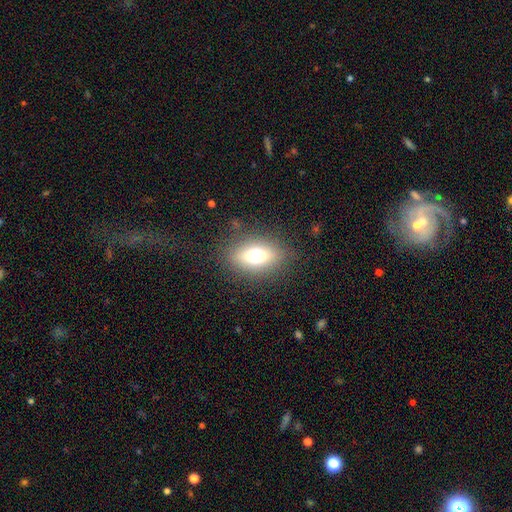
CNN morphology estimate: smooth-or-featured: smooth: 66% | featured or disk: 22% | star or artifact: 12%
  how-rounded: in between: 76% | round: 18% | cigar-shaped: 6%
  merging: none: 83% | minor disturbance: 11% | major disturbance: 5% | merger: 1%